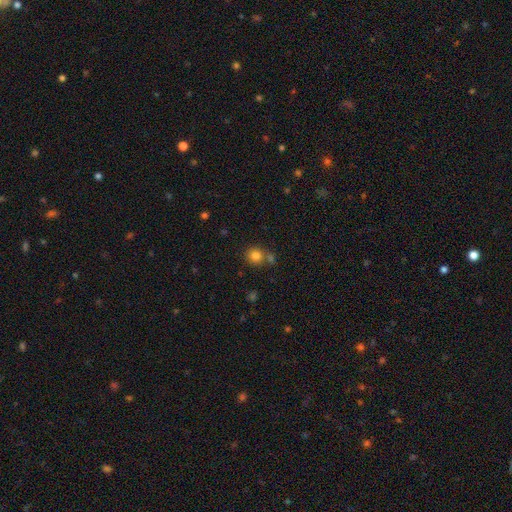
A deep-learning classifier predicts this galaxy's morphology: smooth 81%, star or artifact 12%, featured or disk 7%. Down the decision tree: how rounded — round (89%); merging — none (70%).